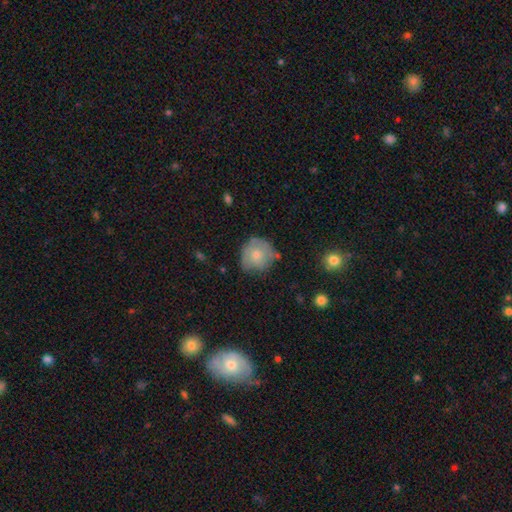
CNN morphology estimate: A smooth galaxy with no disk features (65%) that is round (90%). Merging: none (60%).